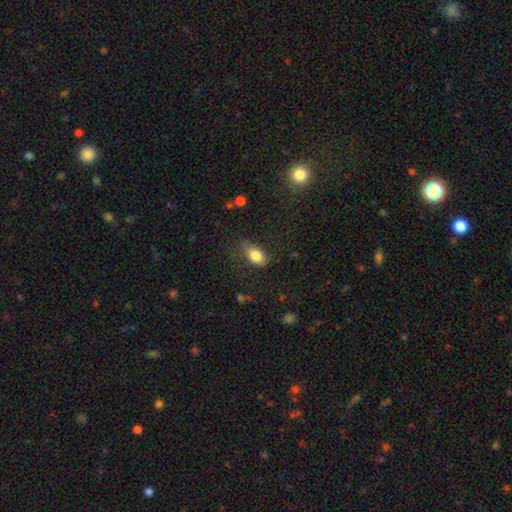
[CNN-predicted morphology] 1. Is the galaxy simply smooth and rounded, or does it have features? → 82% smooth, 10% featured or disk, 8% star or artifact.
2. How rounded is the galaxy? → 87% in between, 9% round, 3% cigar-shaped.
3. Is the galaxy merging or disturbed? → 61% none, 26% minor disturbance, 11% major disturbance, 2% merger.